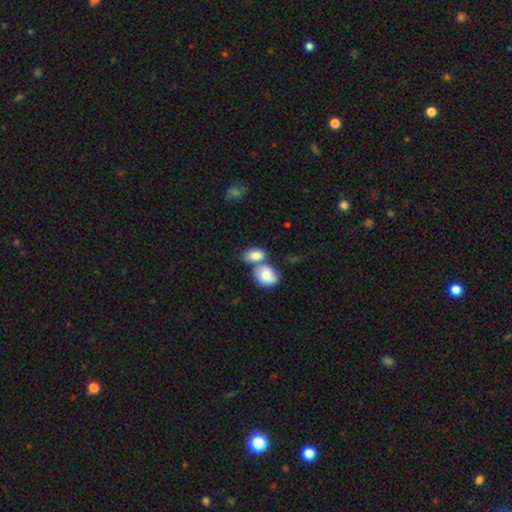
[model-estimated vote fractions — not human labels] Smooth or featured? Predicted: smooth (p=0.80). How rounded? Predicted: in between (p=0.78). Merging? Predicted: merger (p=0.53).